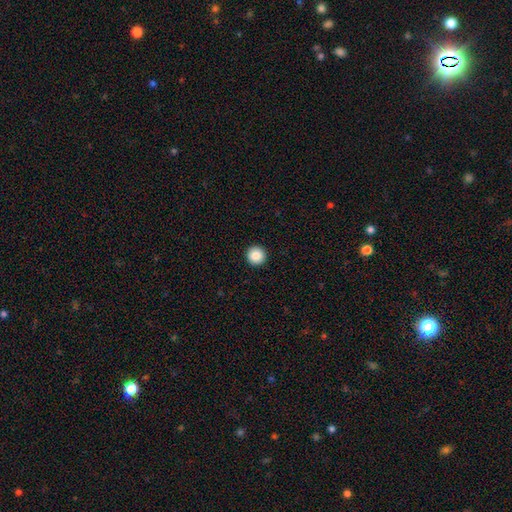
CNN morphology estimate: Smooth or featured? Predicted: smooth (p=0.88). How rounded? Predicted: round (p=0.96). Merging? Predicted: none (p=0.94).